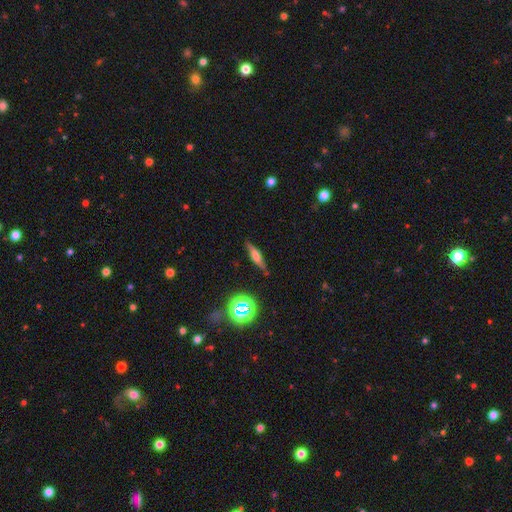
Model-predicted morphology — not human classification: Smooth or featured: featured or disk — 53% (smooth — 35%)
Edge-on disk: yes — 93% (no — 7%)
Merging: none — 84% (minor disturbance — 11%)